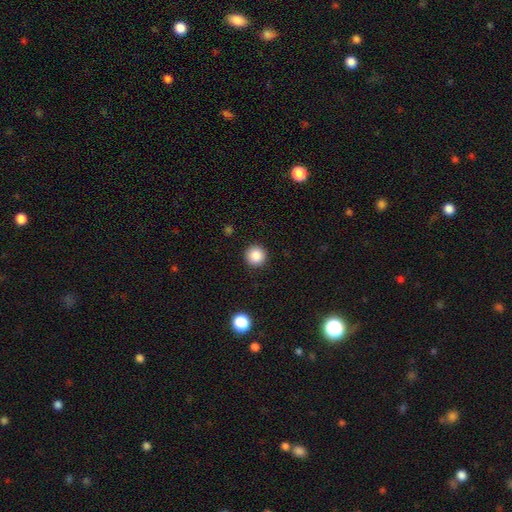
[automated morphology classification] Smooth or featured: smooth — 87% (star or artifact — 9%)
How rounded: round — 96% (in between — 3%)
Merging: none — 92% (minor disturbance — 5%)